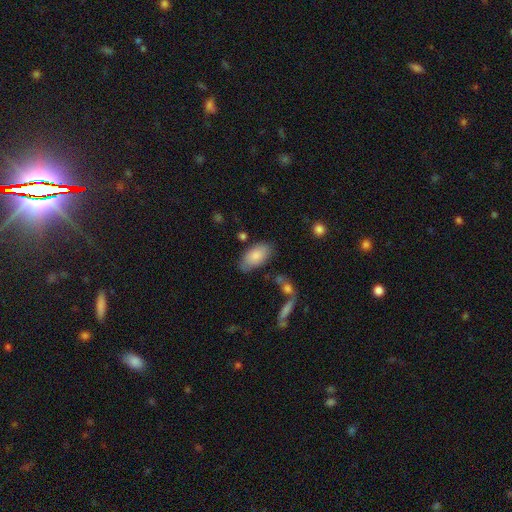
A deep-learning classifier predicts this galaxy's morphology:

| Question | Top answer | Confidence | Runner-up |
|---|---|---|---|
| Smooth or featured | smooth | 83% | featured or disk (11%) |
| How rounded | in between | 94% | cigar-shaped (3%) |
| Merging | none | 75% | minor disturbance (16%) |